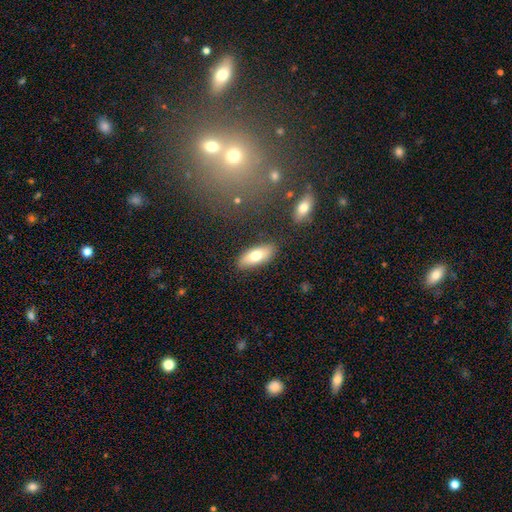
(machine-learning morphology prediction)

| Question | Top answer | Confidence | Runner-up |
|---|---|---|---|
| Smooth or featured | smooth | 74% | featured or disk (20%) |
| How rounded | in between | 80% | cigar-shaped (17%) |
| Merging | none | 84% | minor disturbance (11%) |